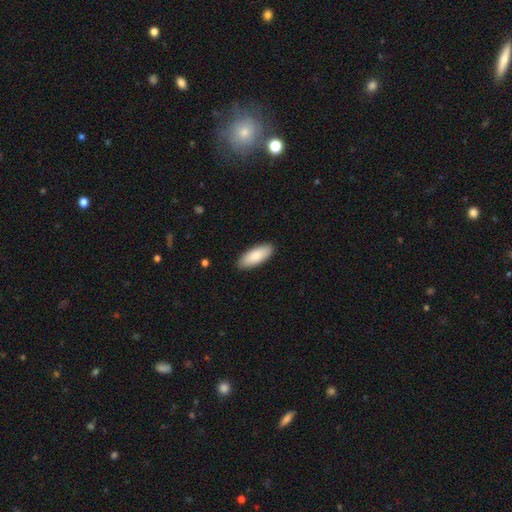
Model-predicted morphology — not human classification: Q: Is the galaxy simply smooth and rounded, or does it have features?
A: smooth — 86%.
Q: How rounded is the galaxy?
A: in between — 77%.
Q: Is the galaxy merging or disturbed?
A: none — 89%.